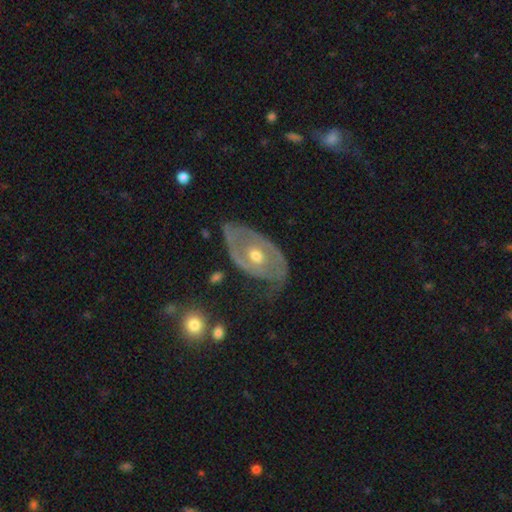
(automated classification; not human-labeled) The model was most divided on "spiral winding": tight: 53%, medium: 32%, loose: 15%. More confident: edge-on disk — no (94%); smooth or featured — featured or disk (81%); spiral arms — yes (74%); bar — no (72%); bulge size — moderate (72%); merging — none (57%); spiral arm count — 2 (55%).